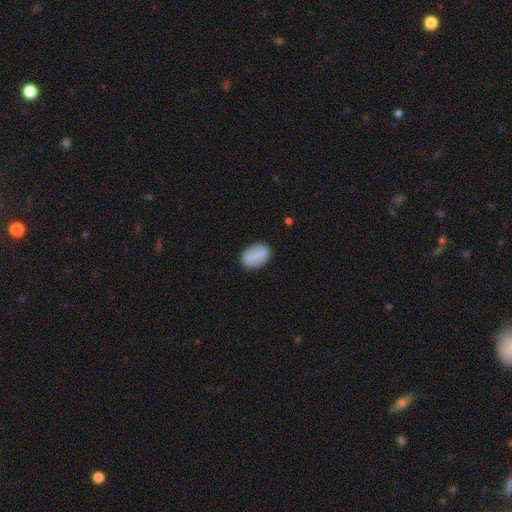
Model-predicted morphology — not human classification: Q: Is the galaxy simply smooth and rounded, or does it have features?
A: smooth — 83%.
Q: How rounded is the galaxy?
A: in between — 85%.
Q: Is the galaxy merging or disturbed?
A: none — 84%.